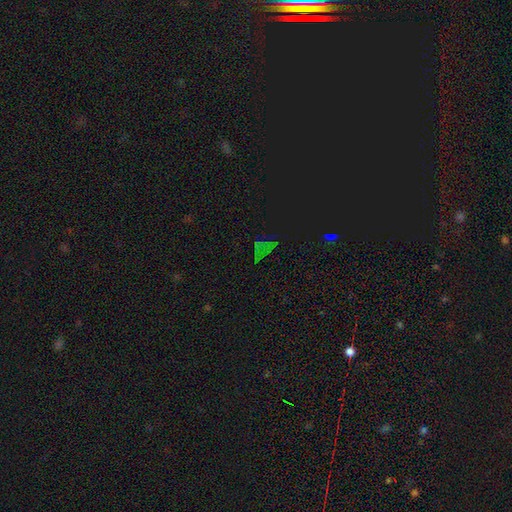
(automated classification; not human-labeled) Q: Smooth or featured?
A: star or artifact (66%); runner-up: smooth (19%)